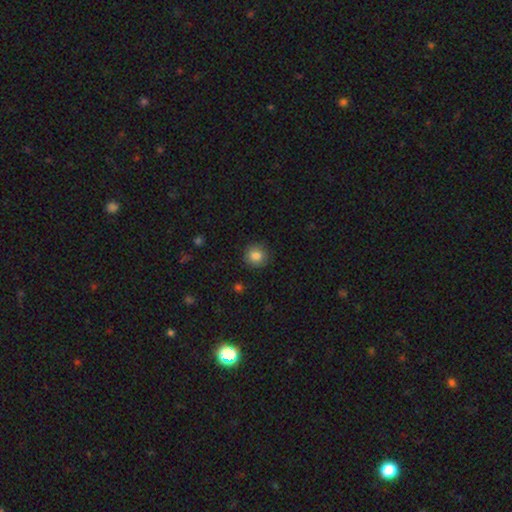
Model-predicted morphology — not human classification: smooth_or_featured: smooth (p=0.85) [alt: star or artifact p=0.10]
how_rounded: round (p=0.91) [alt: in between p=0.08]
merging: none (p=0.89) [alt: minor disturbance p=0.08]